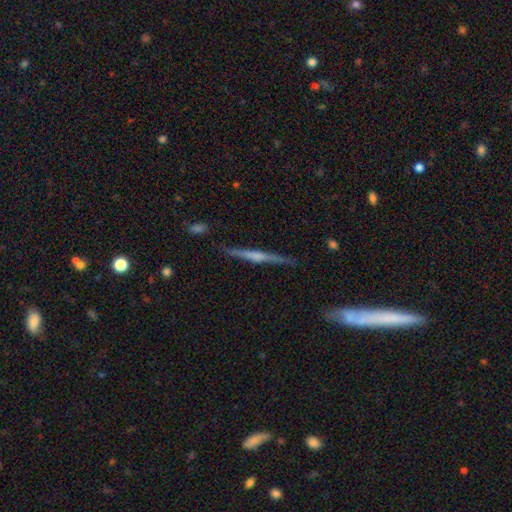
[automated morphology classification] This appears to be a featured or disk galaxy (70%) viewed edge-on (98%) with a rounded central bulge (47%). Merging: none (87%).